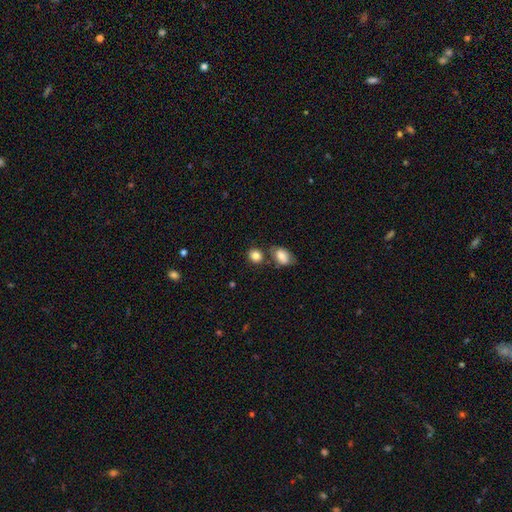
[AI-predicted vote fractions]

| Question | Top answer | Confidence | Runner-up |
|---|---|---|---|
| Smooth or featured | smooth | 83% | star or artifact (9%) |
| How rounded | round | 68% | in between (30%) |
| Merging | none | 67% | merger (17%) |